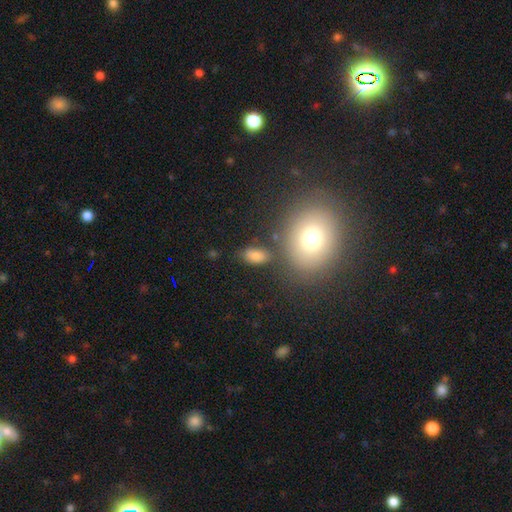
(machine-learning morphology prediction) Smooth or featured? Predicted: smooth (p=0.79). How rounded? Predicted: in between (p=0.87). Merging? Predicted: none (p=0.76).